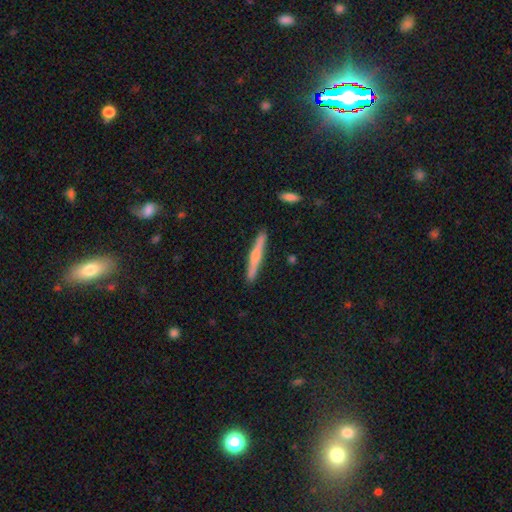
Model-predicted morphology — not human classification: This appears to be a featured or disk galaxy (51%) viewed edge-on (97%). Merging: none (89%).